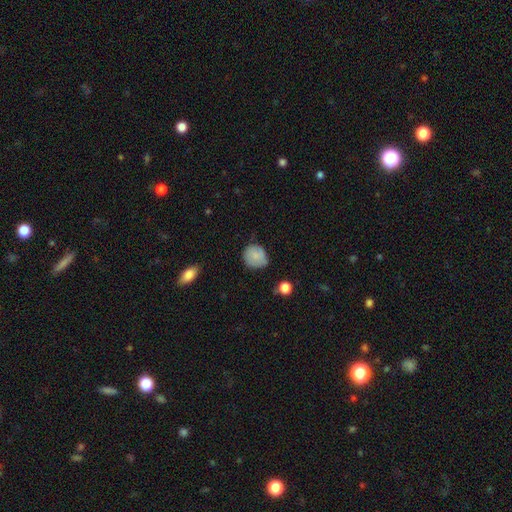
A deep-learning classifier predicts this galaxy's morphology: smooth-or-featured: smooth: 82% | featured or disk: 9% | star or artifact: 8%
  how-rounded: round: 82% | in between: 17% | cigar-shaped: 1%
  merging: none: 66% | minor disturbance: 27% | major disturbance: 5% | merger: 2%